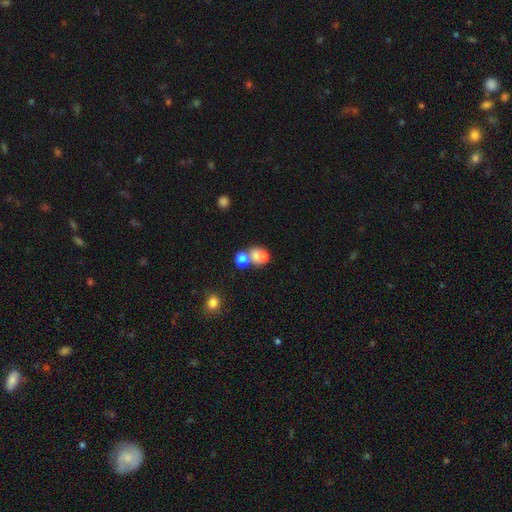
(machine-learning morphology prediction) smooth-or-featured: smooth: 66% | featured or disk: 20% | star or artifact: 14%
  how-rounded: round: 60% | in between: 39% | cigar-shaped: 1%
  merging: merger: 56% | none: 30% | minor disturbance: 8% | major disturbance: 6%